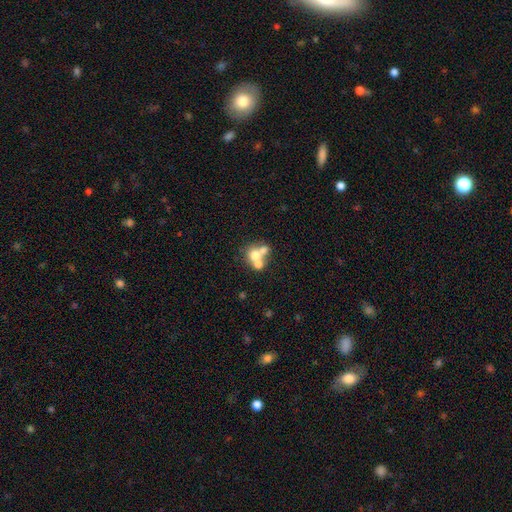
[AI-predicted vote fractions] The model was most divided on "merging": merger: 59%, none: 30%, minor disturbance: 6%, major disturbance: 4%. More confident: how rounded — round (74%); smooth or featured — smooth (61%).